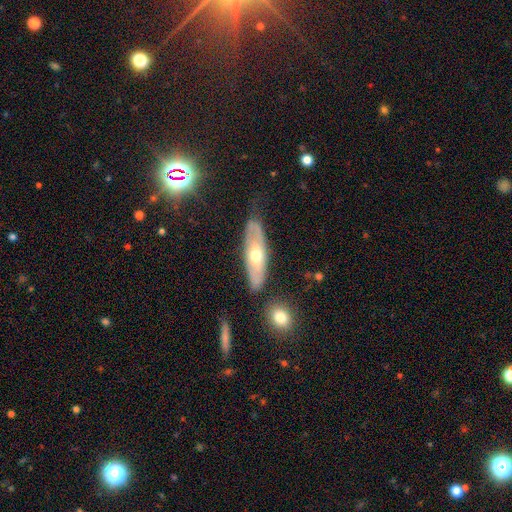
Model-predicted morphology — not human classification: Smooth or featured? Predicted: featured or disk (p=0.56). Edge-on disk? Predicted: no (p=0.65). Merging? Predicted: none (p=0.72).